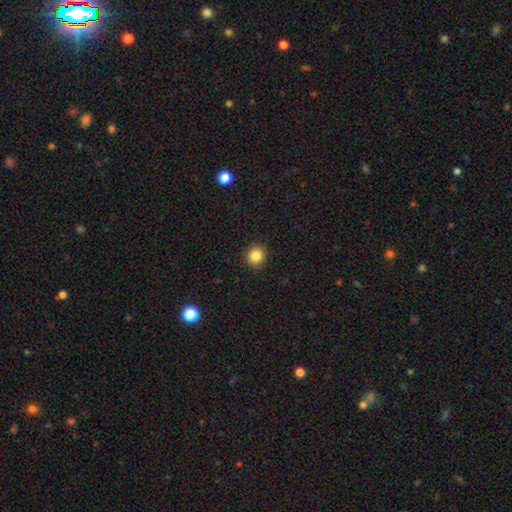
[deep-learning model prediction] A smooth galaxy with no disk features (84%) that is round (87%). Merging: none (90%).